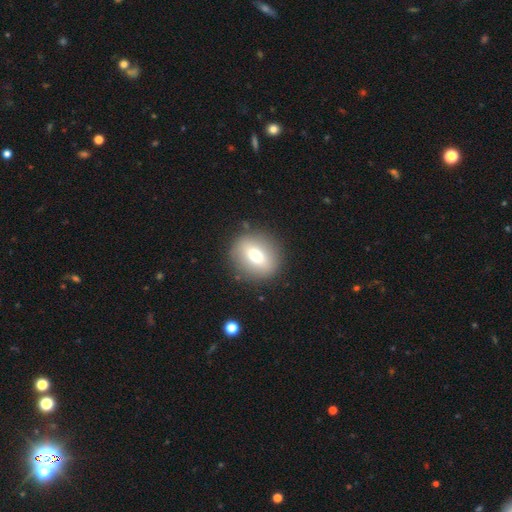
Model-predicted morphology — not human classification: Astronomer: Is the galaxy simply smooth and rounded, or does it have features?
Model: smooth — 68%.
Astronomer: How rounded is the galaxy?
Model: round — 70%.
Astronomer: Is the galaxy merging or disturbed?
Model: none — 87%.